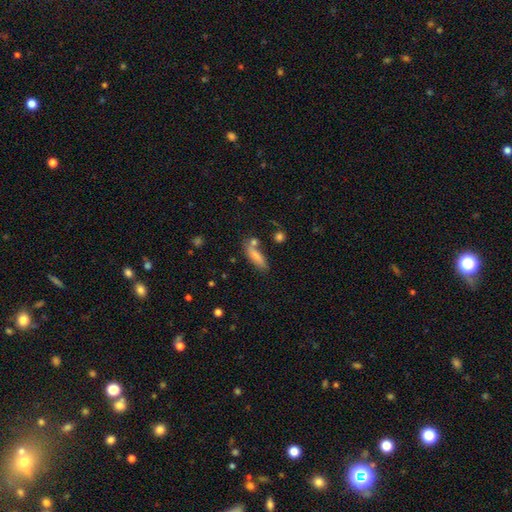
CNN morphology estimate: The model was most divided on "how rounded": cigar-shaped: 54%, in between: 43%, round: 3%. More confident: smooth or featured — smooth (78%); merging — none (64%).